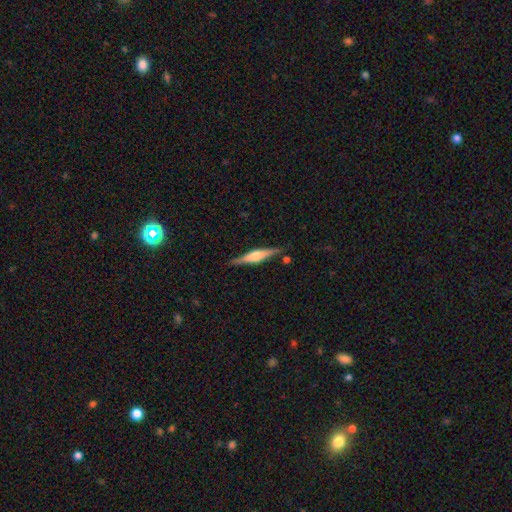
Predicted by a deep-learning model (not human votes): This appears to be a featured or disk galaxy (69%) viewed edge-on (97%) with a rounded central bulge (74%). Merging: none (86%).